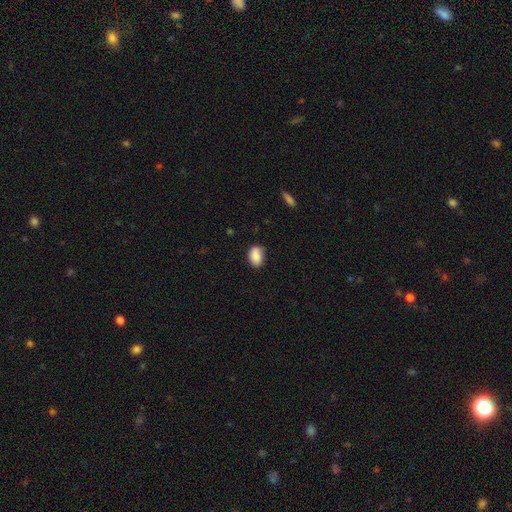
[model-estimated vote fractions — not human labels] smooth-or-featured: smooth: 87% | star or artifact: 7% | featured or disk: 6%
  how-rounded: in between: 81% | round: 18% | cigar-shaped: 1%
  merging: none: 76% | minor disturbance: 19% | major disturbance: 3% | merger: 2%